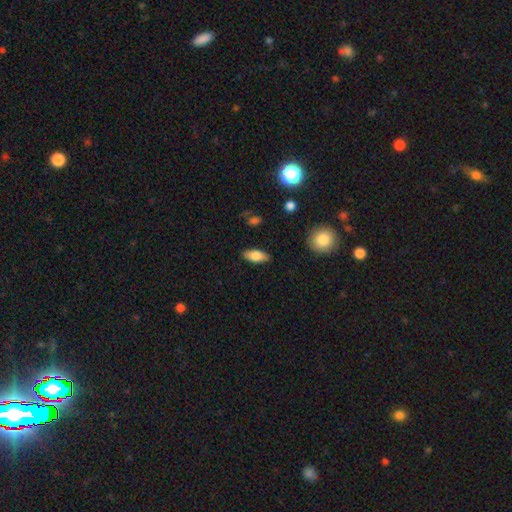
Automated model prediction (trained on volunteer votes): Morphology: type=smooth (76%); roundness=in between (80%); merging=none (87%).